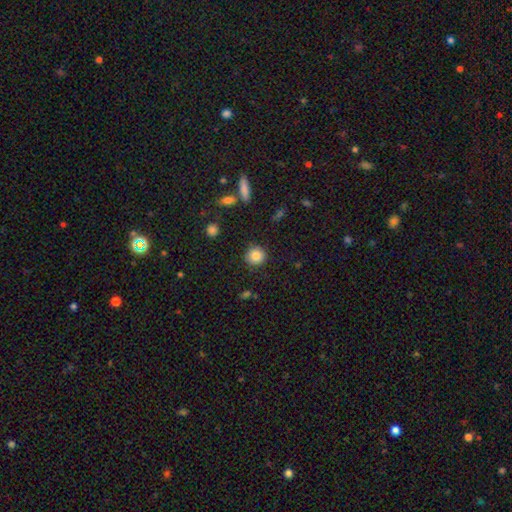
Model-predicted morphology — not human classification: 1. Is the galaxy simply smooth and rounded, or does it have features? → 83% smooth, 10% star or artifact, 7% featured or disk.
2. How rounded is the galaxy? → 90% round, 9% in between, 1% cigar-shaped.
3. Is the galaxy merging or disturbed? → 87% none, 9% minor disturbance, 3% major disturbance, 2% merger.